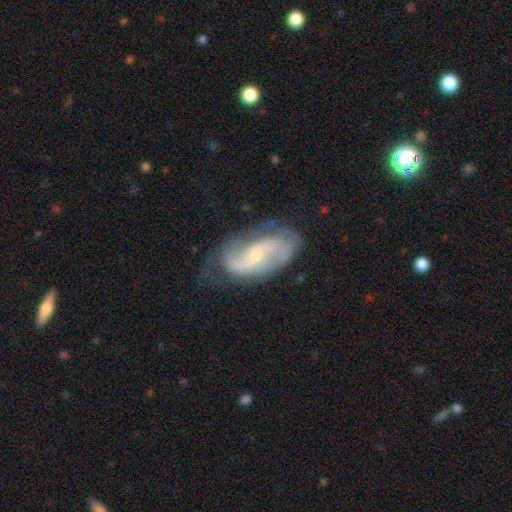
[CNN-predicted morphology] Smooth or featured? Predicted: featured or disk (p=0.81). Edge-on disk? Predicted: no (p=0.95). Bar? Predicted: no (p=0.41, tied with weak). Spiral arms? Predicted: yes (p=0.93). Spiral winding? Predicted: medium (p=0.43). Spiral arm count? Predicted: 2 (p=0.79). Bulge size? Predicted: small (p=0.68). Merging? Predicted: none (p=0.59).